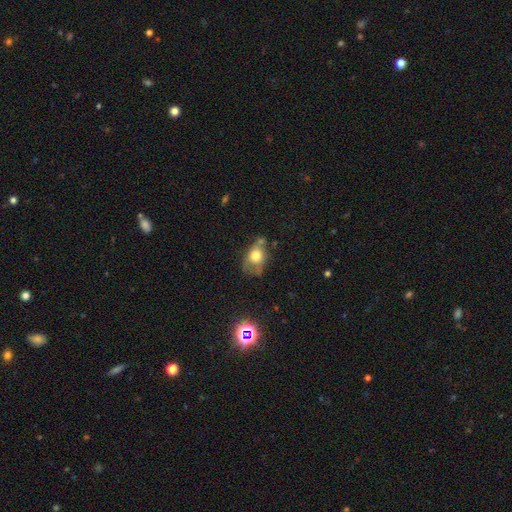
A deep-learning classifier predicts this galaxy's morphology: A smooth galaxy with no disk features (67%) that is in between round and cigar-shaped (64%).

Vote fractions:
- Smooth or featured? smooth: 67% / featured or disk: 22% / star or artifact: 11%
- How rounded? in between: 64% / round: 34% / cigar-shaped: 2%
- Merging? none: 38% / minor disturbance: 30% / major disturbance: 17% / merger: 15%